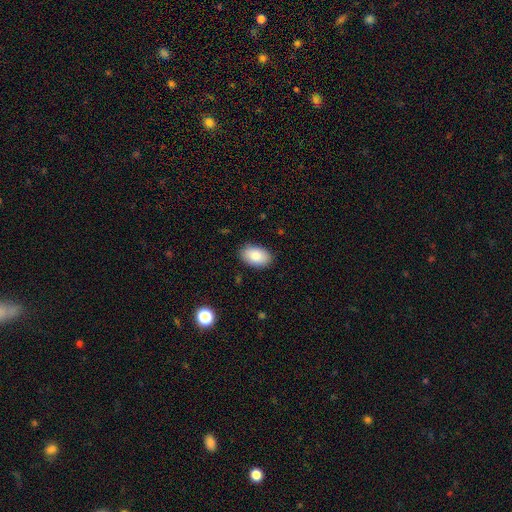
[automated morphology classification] Overall: smooth (87%). How rounded: in between (93%). Merging: none (86%).